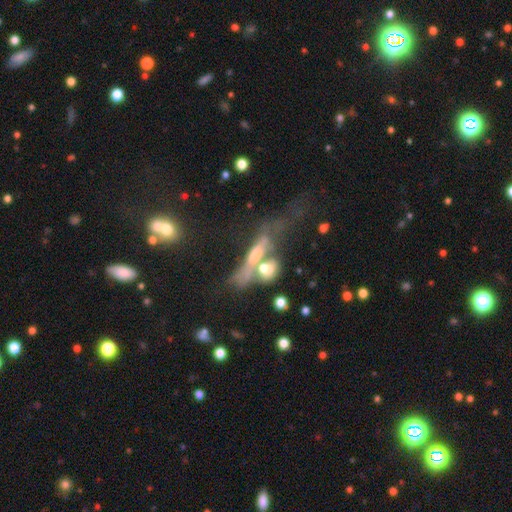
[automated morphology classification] This appears to be a featured or disk galaxy (49%). Merging: merger (47%).